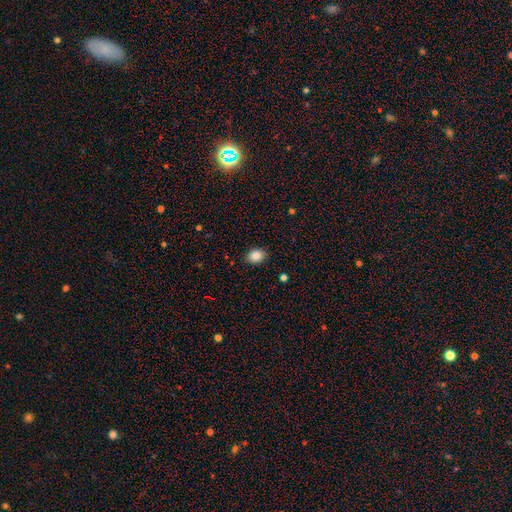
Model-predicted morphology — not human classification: smooth-or-featured: smooth: 85% | star or artifact: 9% | featured or disk: 6%
  how-rounded: in between: 67% | round: 32% | cigar-shaped: 1%
  merging: none: 86% | minor disturbance: 11% | major disturbance: 2% | merger: 1%